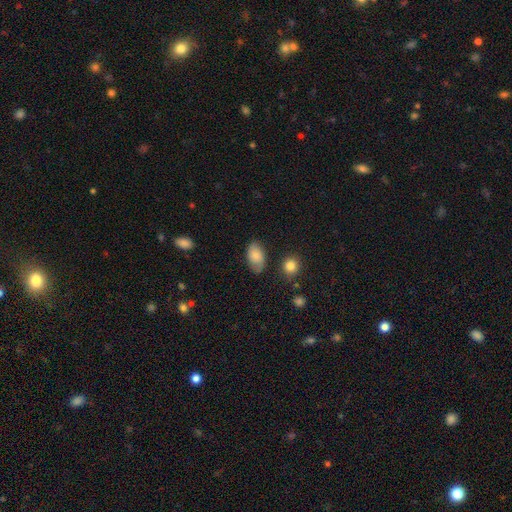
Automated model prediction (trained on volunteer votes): Smooth or featured: smooth — 73% (featured or disk — 19%)
How rounded: in between — 92% (round — 7%)
Merging: none — 68% (minor disturbance — 24%)